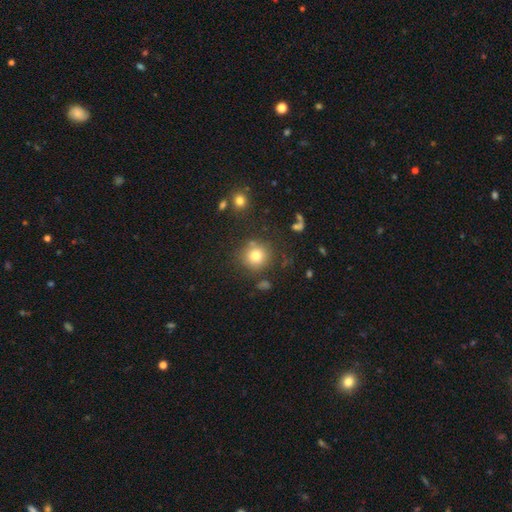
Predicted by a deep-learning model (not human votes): Morphology: type=smooth (77%); roundness=round (92%); merging=none (82%).